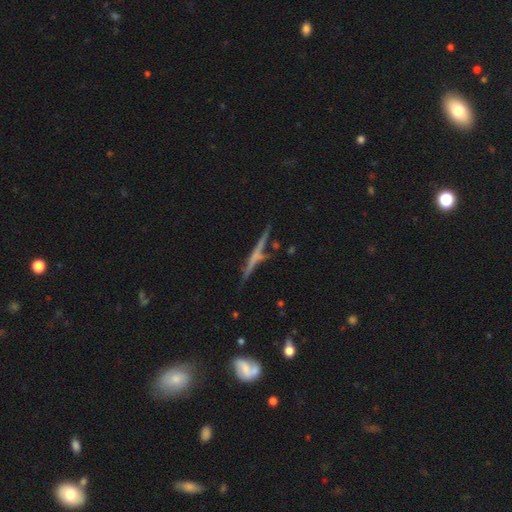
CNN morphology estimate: Smooth or featured? featured or disk (65%)
Edge-on disk? yes (96%)
Edge-on bulge? none (56%)
Merging? none (77%)